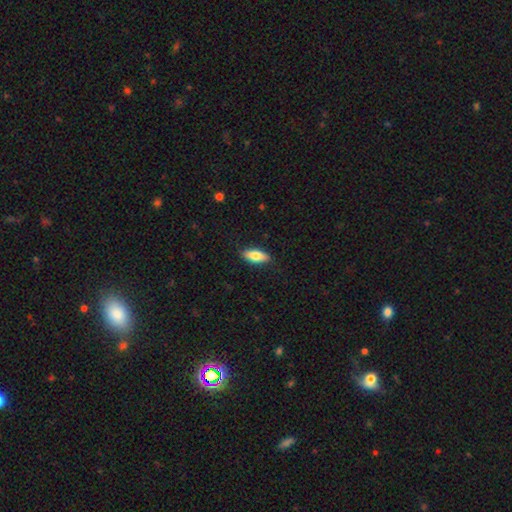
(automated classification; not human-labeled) The model was most divided on "how rounded": in between: 74%, cigar-shaped: 23%, round: 2%. More confident: merging — none (86%); smooth or featured — smooth (77%).